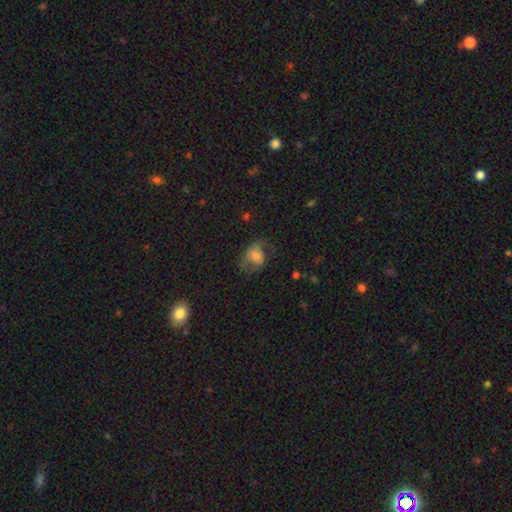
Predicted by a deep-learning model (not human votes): A smooth galaxy with no disk features (64%) that is in between round and cigar-shaped (61%). Merging: none (46%).